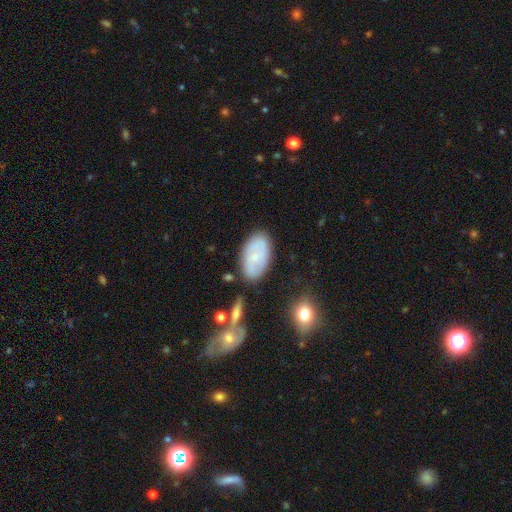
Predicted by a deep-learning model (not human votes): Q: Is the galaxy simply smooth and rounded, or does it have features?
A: featured or disk — 49%.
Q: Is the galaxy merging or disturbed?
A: none — 76%.